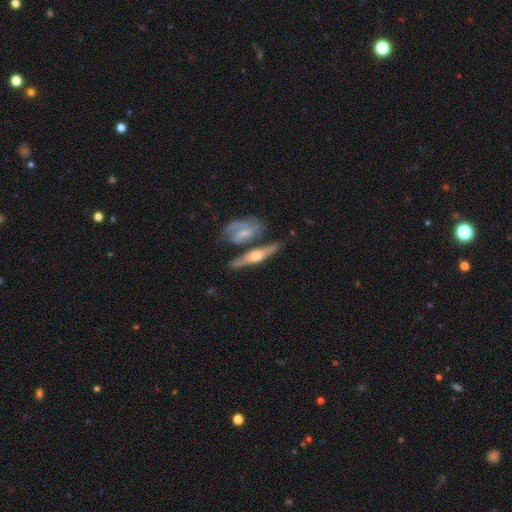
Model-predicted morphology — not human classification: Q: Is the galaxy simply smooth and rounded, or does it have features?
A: featured or disk — 63%.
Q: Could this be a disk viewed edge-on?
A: yes — 81%.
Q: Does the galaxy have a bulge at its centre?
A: rounded — 88%.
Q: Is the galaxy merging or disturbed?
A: none — 62%.